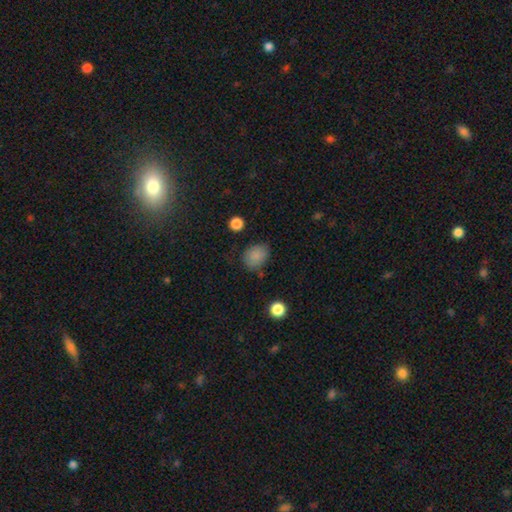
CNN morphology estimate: Smooth or featured? Predicted: smooth (p=0.85). How rounded? Predicted: in between (p=0.56). Merging? Predicted: none (p=0.74).